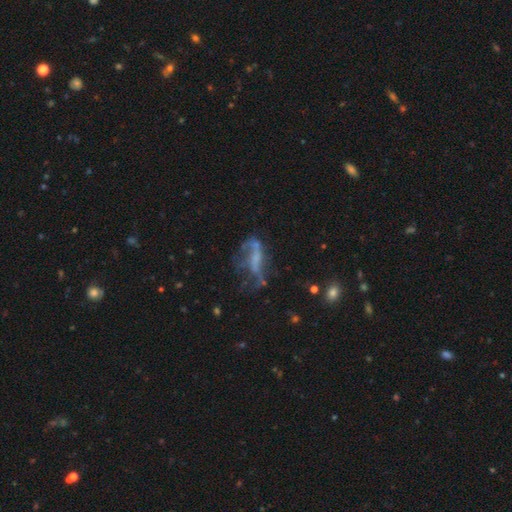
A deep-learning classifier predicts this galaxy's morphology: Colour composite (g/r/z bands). It shows a featured or disk galaxy (59%) with no bar (55%), no spiral arms (55%) and no central bulge (61%). Merging: major disturbance (38%).